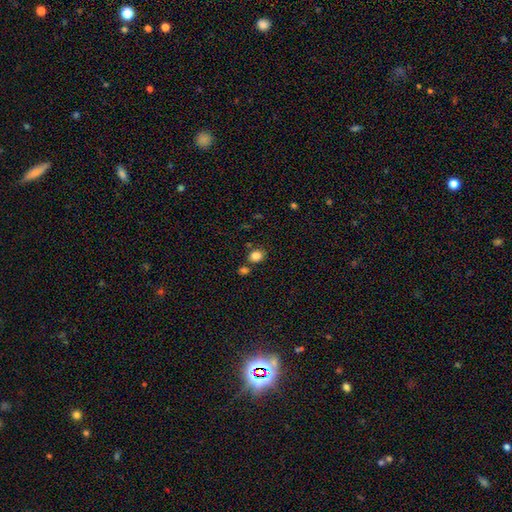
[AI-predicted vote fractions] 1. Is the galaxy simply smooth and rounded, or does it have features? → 84% smooth, 11% star or artifact, 5% featured or disk.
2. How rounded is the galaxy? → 69% round, 30% in between, 1% cigar-shaped.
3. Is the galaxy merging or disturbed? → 71% none, 15% merger, 11% minor disturbance, 3% major disturbance.